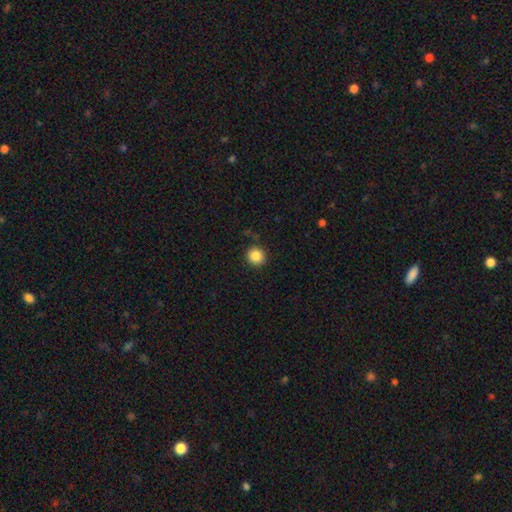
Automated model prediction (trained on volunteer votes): The model was most divided on "smooth or featured": smooth: 86%, star or artifact: 10%, featured or disk: 4%. More confident: how rounded — round (92%); merging — none (87%).